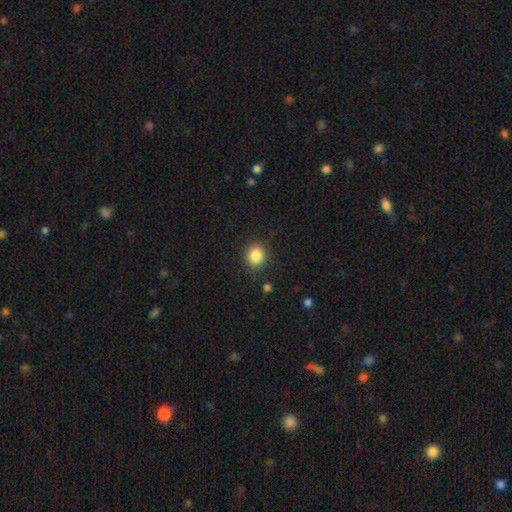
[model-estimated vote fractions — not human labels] Morphology: type=smooth (85%); roundness=round (86%); merging=none (89%).